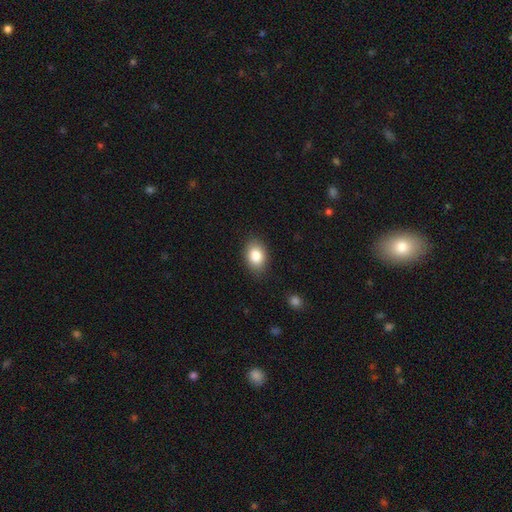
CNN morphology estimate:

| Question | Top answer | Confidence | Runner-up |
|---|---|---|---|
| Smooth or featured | smooth | 84% | star or artifact (8%) |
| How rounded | in between | 80% | round (19%) |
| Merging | none | 85% | minor disturbance (11%) |